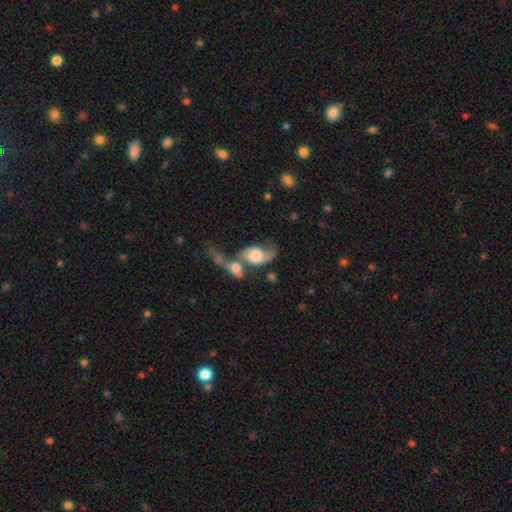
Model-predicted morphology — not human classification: The model was most divided on "bulge size": large: 44%, moderate: 29%, small: 10%, none: 9%, dominant: 7%. More confident: edge-on disk — no (96%); spiral arms — yes (87%); spiral arm count — 2 (76%); bar — no (69%); smooth or featured — featured or disk (64%); merging — merger (62%); spiral winding — loose (60%).